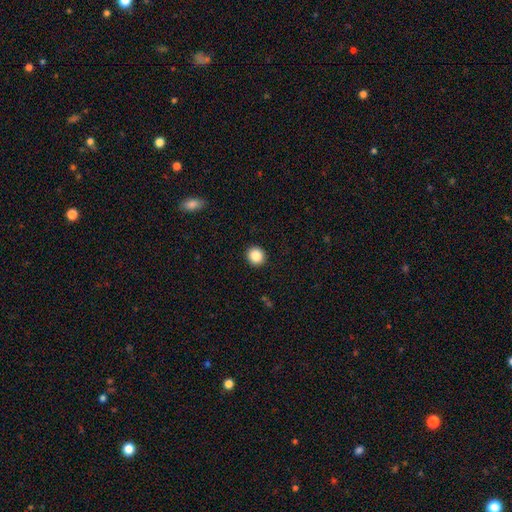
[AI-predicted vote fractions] A smooth galaxy with no disk features (86%) that is round (88%).

Vote fractions:
- Smooth or featured? smooth: 86% / star or artifact: 9% / featured or disk: 4%
- How rounded? round: 88% / in between: 11% / cigar-shaped: 1%
- Merging? none: 93% / minor disturbance: 5% / major disturbance: 2% / merger: 1%